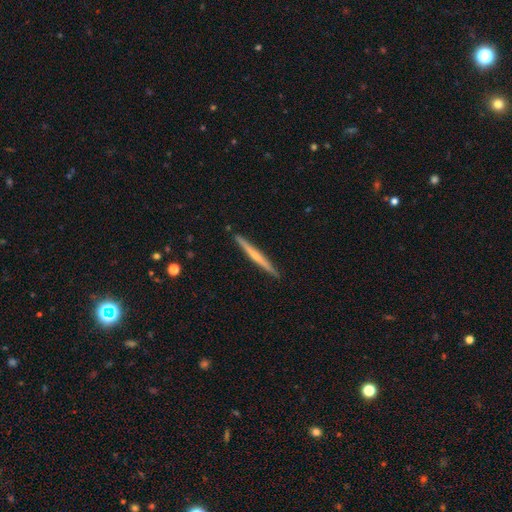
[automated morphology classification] Smooth or featured? Predicted: featured or disk (p=0.60). Edge-on disk? Predicted: yes (p=0.98). Edge-on bulge? Predicted: none (p=0.50). Merging? Predicted: none (p=0.92).